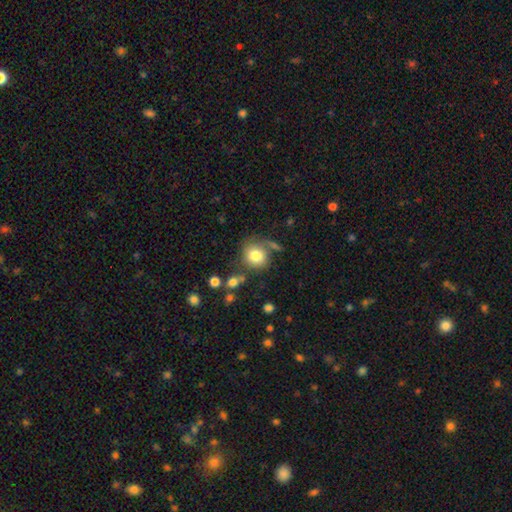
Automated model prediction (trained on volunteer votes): Morphology: type=smooth (79%); roundness=round (83%); merging=none (66%).